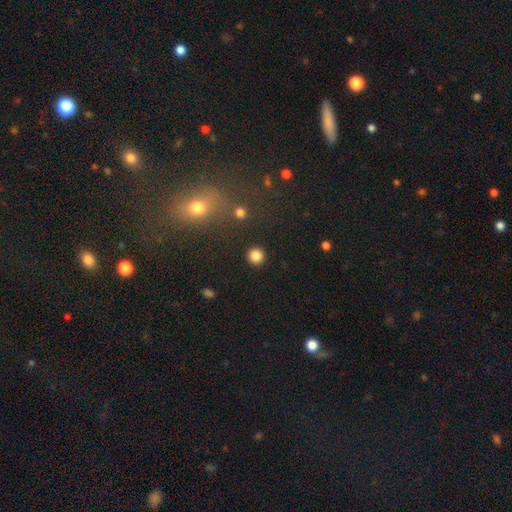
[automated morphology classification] The model was most divided on "smooth or featured": smooth: 85%, star or artifact: 11%, featured or disk: 4%. More confident: how rounded — round (94%); merging — none (92%).